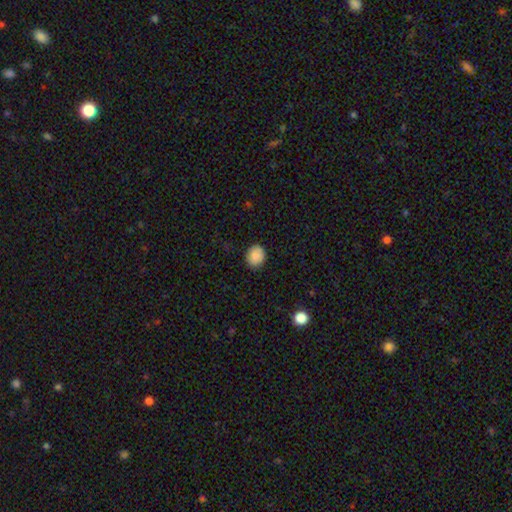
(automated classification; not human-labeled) This appears to be a smooth galaxy with no disk features (88%) that is round (65%). Merging: none (87%).